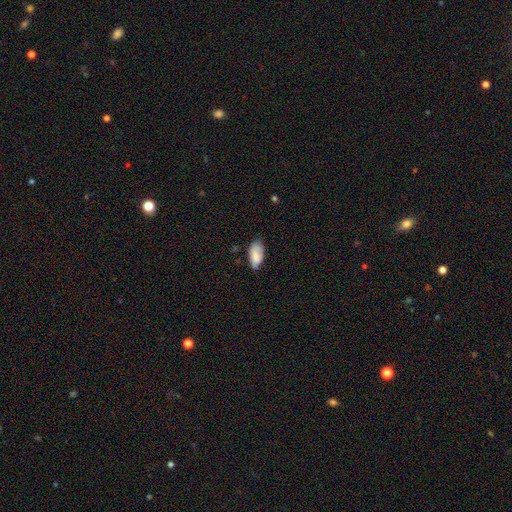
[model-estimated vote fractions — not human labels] A smooth galaxy with no disk features (80%) that is in between round and cigar-shaped (93%). Merging: none (58%).